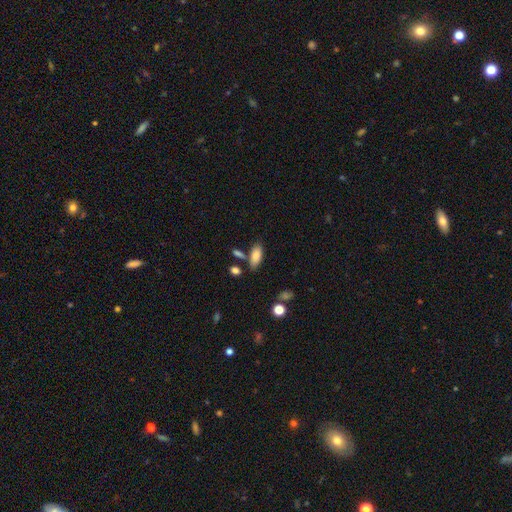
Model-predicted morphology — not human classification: smooth-or-featured: smooth: 82% | featured or disk: 10% | star or artifact: 7%
  how-rounded: in between: 83% | cigar-shaped: 14% | round: 3%
  merging: none: 67% | minor disturbance: 15% | merger: 13% | major disturbance: 4%